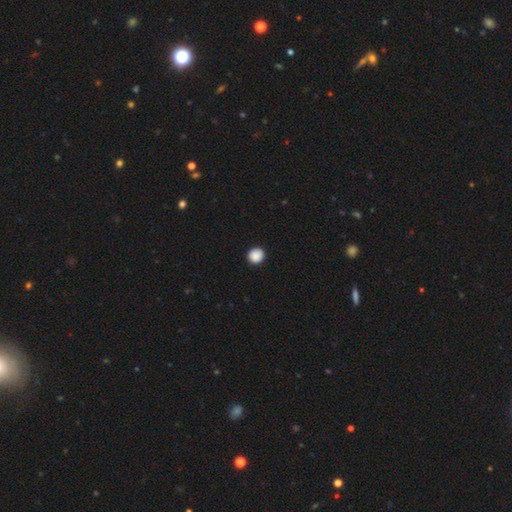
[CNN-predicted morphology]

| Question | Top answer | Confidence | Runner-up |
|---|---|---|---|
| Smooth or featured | smooth | 89% | star or artifact (9%) |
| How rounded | round | 90% | in between (9%) |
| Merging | none | 92% | minor disturbance (5%) |